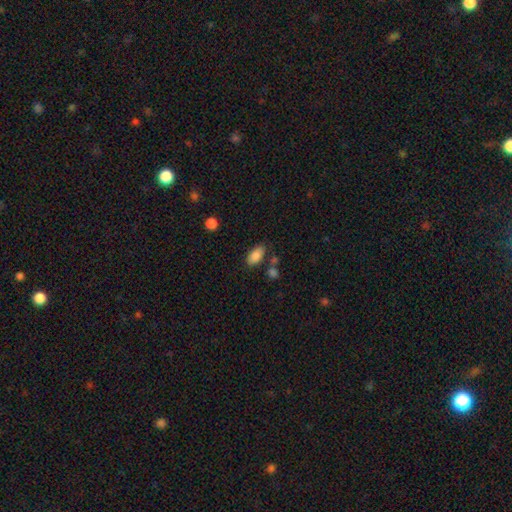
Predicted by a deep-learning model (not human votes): Smooth or featured: smooth — 86% (star or artifact — 8%)
How rounded: in between — 93% (round — 4%)
Merging: none — 76% (minor disturbance — 13%)